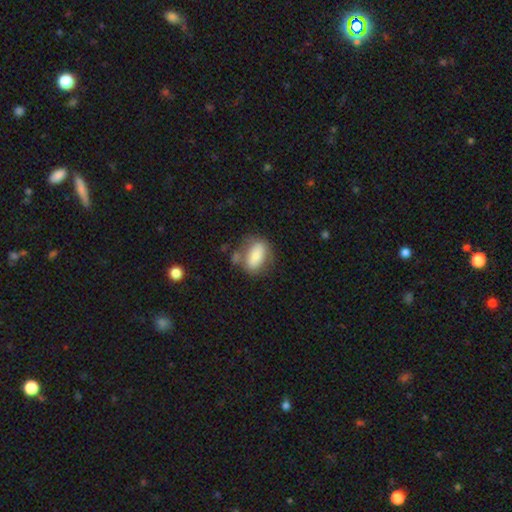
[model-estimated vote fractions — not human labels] smooth_or_featured: smooth (p=0.71) [alt: featured or disk p=0.22]
how_rounded: in between (p=0.87) [alt: round p=0.09]
merging: none (p=0.55) [alt: minor disturbance p=0.23]